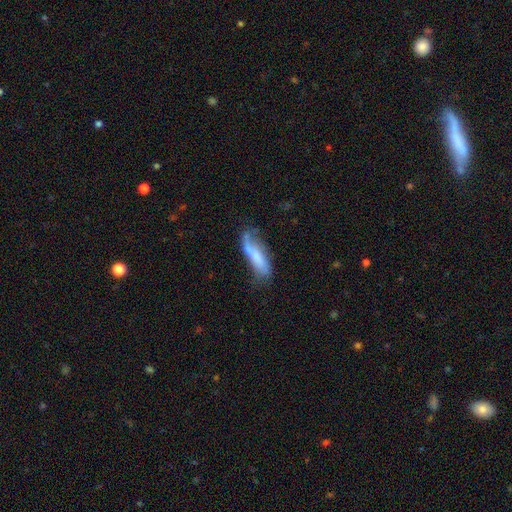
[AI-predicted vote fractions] smooth-or-featured: smooth: 59% | featured or disk: 33% | star or artifact: 8%
  how-rounded: cigar-shaped: 55% | in between: 43% | round: 2%
  merging: none: 38% | minor disturbance: 33% | major disturbance: 23% | merger: 6%